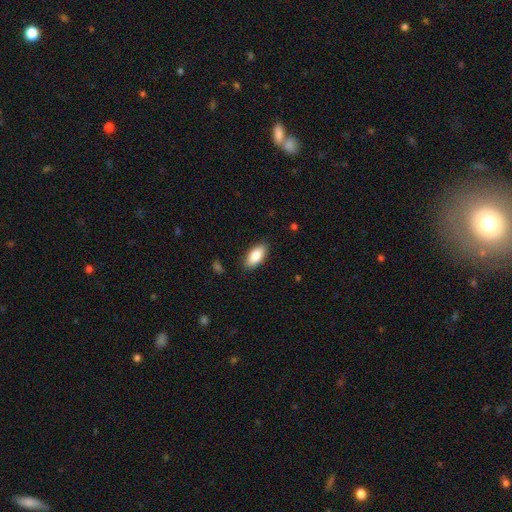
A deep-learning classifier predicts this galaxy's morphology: Smooth or featured?
  - smooth: 86% *
  - featured or disk: 8%
  - star or artifact: 6%
How rounded?
  - in between: 89% *
  - cigar-shaped: 8%
  - round: 2%
Merging?
  - none: 86% *
  - minor disturbance: 10%
  - major disturbance: 2%
  - merger: 1%